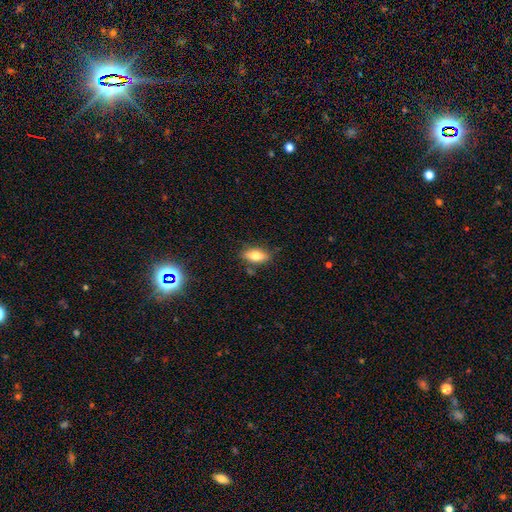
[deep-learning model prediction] Smooth or featured: smooth — 72% (featured or disk — 20%)
How rounded: in between — 80% (cigar-shaped — 16%)
Merging: none — 78% (minor disturbance — 14%)